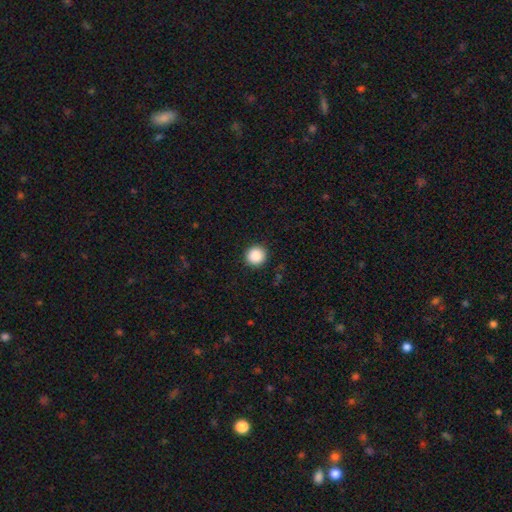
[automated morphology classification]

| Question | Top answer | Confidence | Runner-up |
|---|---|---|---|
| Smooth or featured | smooth | 88% | star or artifact (9%) |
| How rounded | round | 95% | in between (4%) |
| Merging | none | 91% | minor disturbance (6%) |